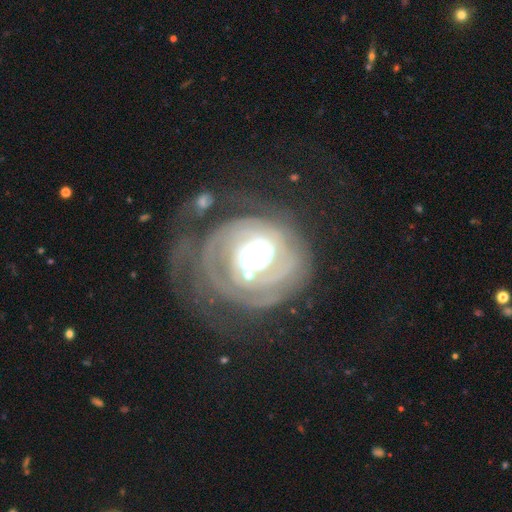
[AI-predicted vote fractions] Overall: featured or disk (84%). Edge-on disk: no (97%). Bar: no (39%; weak 37%). Spiral arms: yes (91%). Spiral arm count: can't tell (36%; 2 28%). Spiral winding: tight (72%). Bulge size: moderate (42%, tied with large). Merging: none (47%; major disturbance 26%).